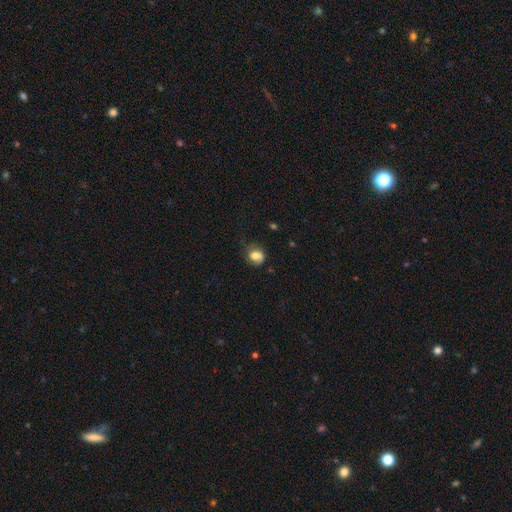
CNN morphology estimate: smooth-or-featured: smooth: 73% | featured or disk: 17% | star or artifact: 10%
  how-rounded: round: 60% | in between: 39% | cigar-shaped: 1%
  merging: none: 54% | minor disturbance: 30% | major disturbance: 13% | merger: 2%